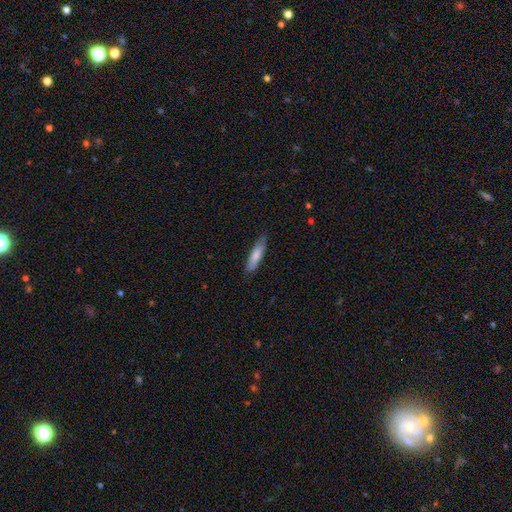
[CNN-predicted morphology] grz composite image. It shows a smooth galaxy with no disk features (79%) that is cigar-shaped (75%). Merging: none (80%).